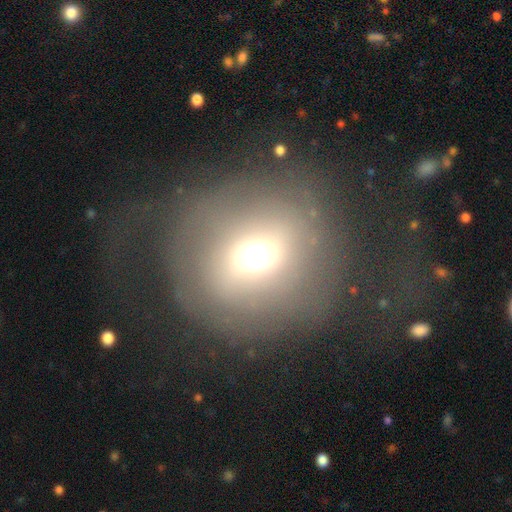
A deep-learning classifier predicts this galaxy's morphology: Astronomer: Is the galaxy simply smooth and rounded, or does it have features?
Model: smooth — 57%.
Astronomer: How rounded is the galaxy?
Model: round — 72%.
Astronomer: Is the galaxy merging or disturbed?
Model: none — 70%.